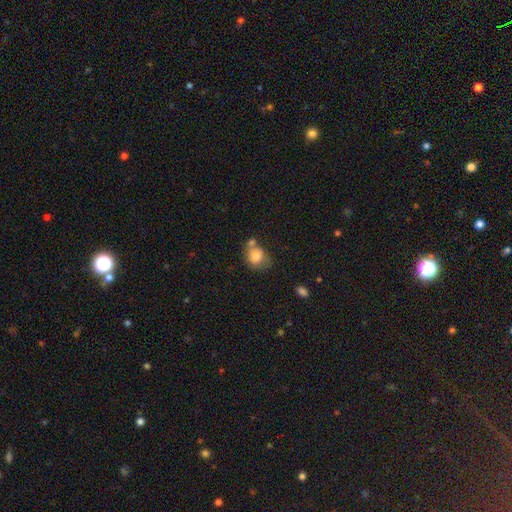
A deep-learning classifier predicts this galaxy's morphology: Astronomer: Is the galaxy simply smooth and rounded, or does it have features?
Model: smooth — 80%.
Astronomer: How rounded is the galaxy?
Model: round — 60% (runner-up: in between, 39%).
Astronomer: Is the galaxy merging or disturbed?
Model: none — 44% (runner-up: merger, 25%).